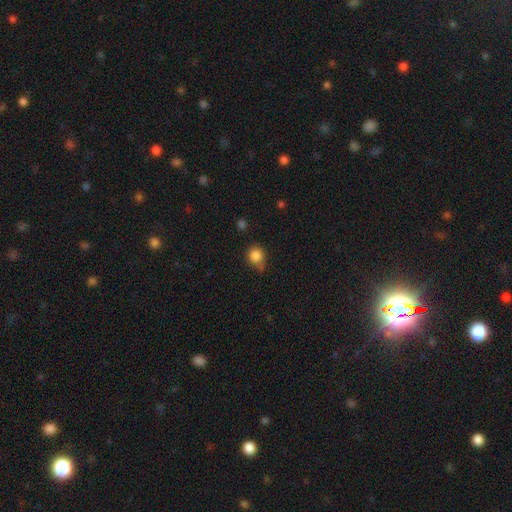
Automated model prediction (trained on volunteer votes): Overall: smooth (85%). How rounded: round (82%). Merging: none (57%; minor disturbance 30%).